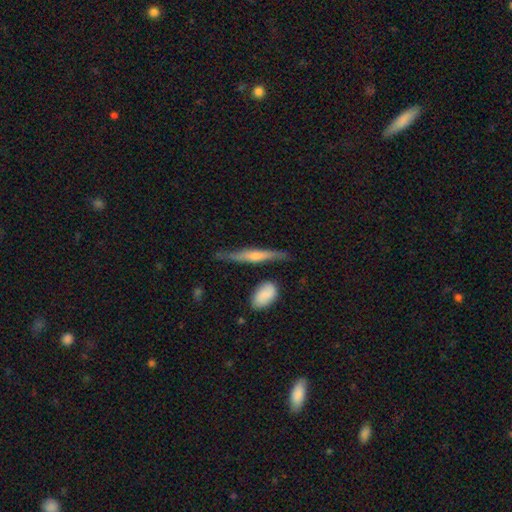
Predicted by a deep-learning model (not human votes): Morphology: type=featured or disk (58%); edge-on=yes (93%); edge-on bulge=rounded (73%); merging=none (72%).